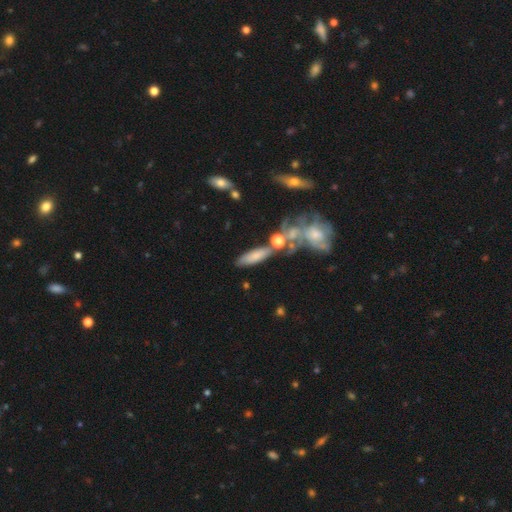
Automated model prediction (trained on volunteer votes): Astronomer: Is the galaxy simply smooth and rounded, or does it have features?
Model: smooth — 64%.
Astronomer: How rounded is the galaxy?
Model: cigar-shaped — 50% (runner-up: in between, 45%).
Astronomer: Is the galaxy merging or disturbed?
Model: none — 55%.